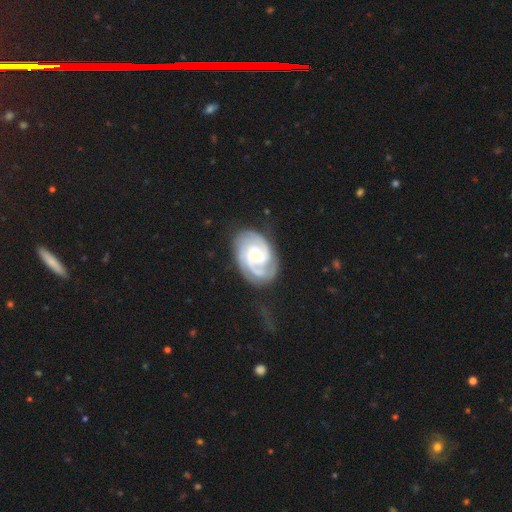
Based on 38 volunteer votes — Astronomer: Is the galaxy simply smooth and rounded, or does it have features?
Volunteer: featured or disk — 87%.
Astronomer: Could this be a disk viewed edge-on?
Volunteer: no — 100%.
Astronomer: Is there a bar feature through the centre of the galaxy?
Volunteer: no — 67%.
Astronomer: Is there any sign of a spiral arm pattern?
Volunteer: yes — 91%.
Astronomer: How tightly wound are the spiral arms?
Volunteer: medium — 57% (runner-up: tight, 37%).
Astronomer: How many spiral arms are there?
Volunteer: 2 — 57%.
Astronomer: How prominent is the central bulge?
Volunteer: moderate — 64%.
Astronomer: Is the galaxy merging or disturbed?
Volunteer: none — 54%.